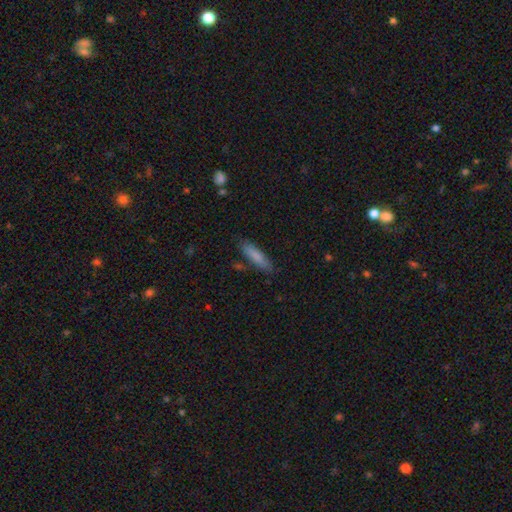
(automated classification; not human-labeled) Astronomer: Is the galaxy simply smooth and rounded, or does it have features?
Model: smooth — 80%.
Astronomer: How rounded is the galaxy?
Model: cigar-shaped — 75%.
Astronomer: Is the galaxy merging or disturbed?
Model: none — 81%.